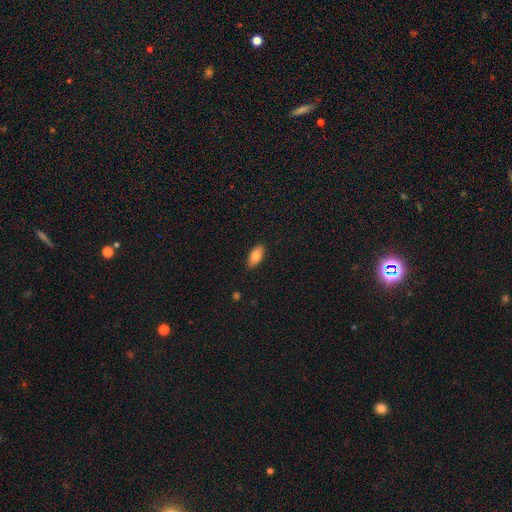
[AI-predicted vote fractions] Morphology: type=smooth (80%); roundness=in between (87%); merging=none (87%).